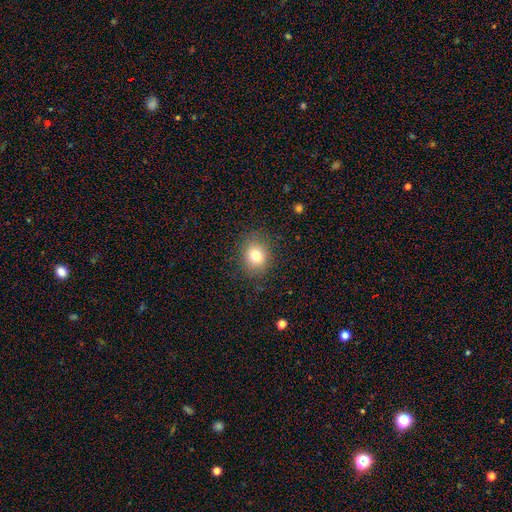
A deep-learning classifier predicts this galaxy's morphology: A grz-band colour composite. It shows a smooth galaxy with no disk features (77%) that is round (64%). Merging: none (85%).